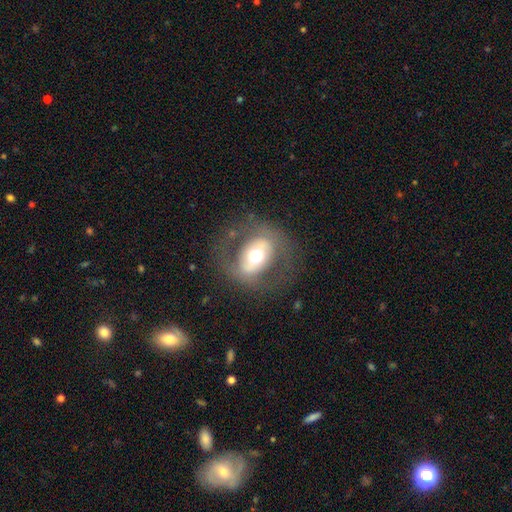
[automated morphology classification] smooth-or-featured: featured or disk: 55% | smooth: 37% | star or artifact: 8%
  disk-edge-on: no: 91% | yes: 9%
    bar: no: 41% | strong: 34% | weak: 25%
    has-spiral-arms: no: 73% | yes: 27%
    bulge-size: moderate: 61% | large: 27% | small: 6% | dominant: 5% | none: 1%
  merging: none: 71% | major disturbance: 14% | minor disturbance: 14% | merger: 1%